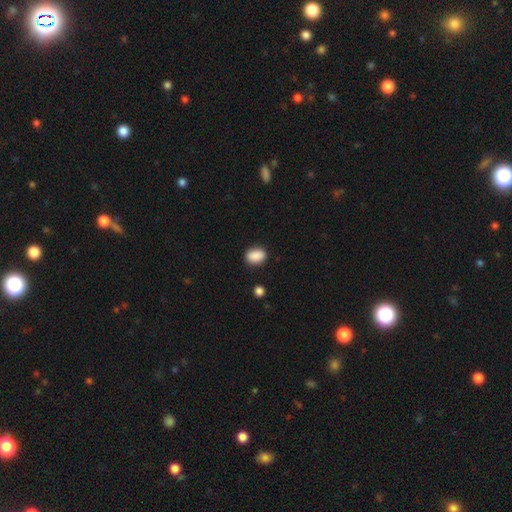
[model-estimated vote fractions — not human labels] A smooth galaxy with no disk features (89%) that is in between round and cigar-shaped (75%).

Vote fractions:
- Smooth or featured? smooth: 89% / star or artifact: 8% / featured or disk: 3%
- How rounded? in between: 75% / round: 23% / cigar-shaped: 1%
- Merging? none: 86% / minor disturbance: 10% / major disturbance: 2% / merger: 2%